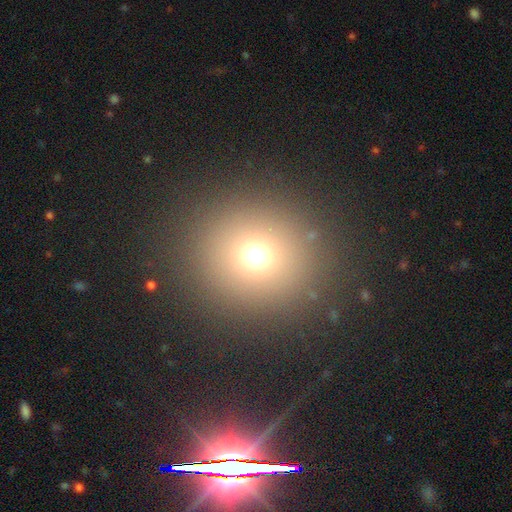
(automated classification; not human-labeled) Smooth or featured? smooth (69%)
How rounded? round (89%)
Merging? none (88%)